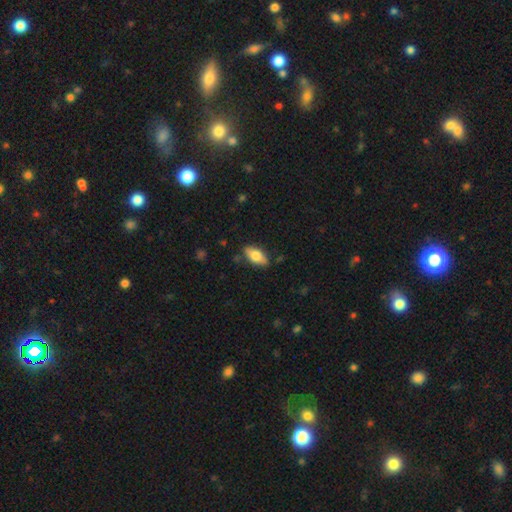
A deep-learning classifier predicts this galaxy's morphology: Q: Smooth or featured?
A: smooth (70%); runner-up: featured or disk (24%)
Q: How rounded?
A: in between (85%); runner-up: cigar-shaped (12%)
Q: Merging?
A: none (82%); runner-up: minor disturbance (14%)